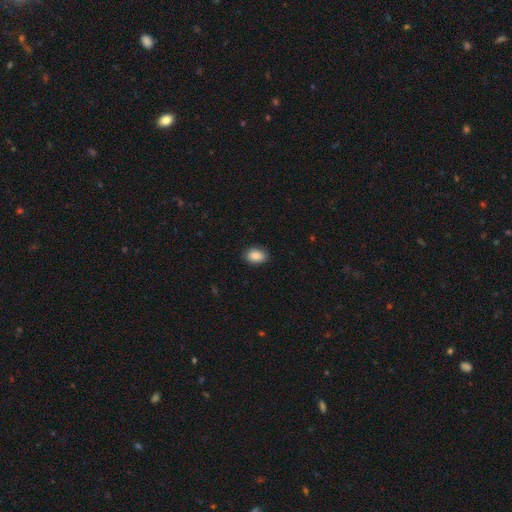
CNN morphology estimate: A smooth galaxy with no disk features (88%) that is in between round and cigar-shaped (82%). Merging: none (87%).